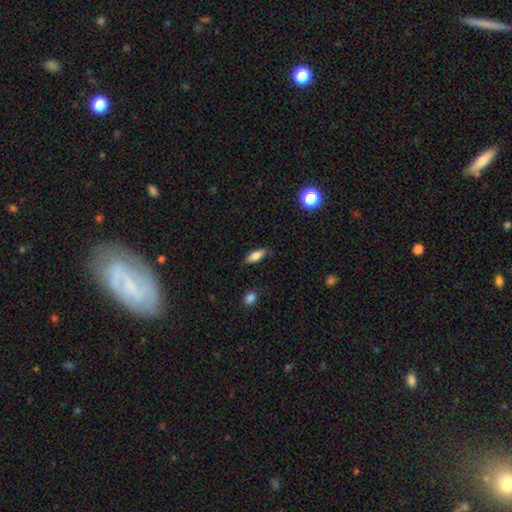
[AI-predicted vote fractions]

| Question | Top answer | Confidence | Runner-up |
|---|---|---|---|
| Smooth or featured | smooth | 78% | featured or disk (14%) |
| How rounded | in between | 70% | cigar-shaped (27%) |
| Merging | none | 77% | minor disturbance (17%) |